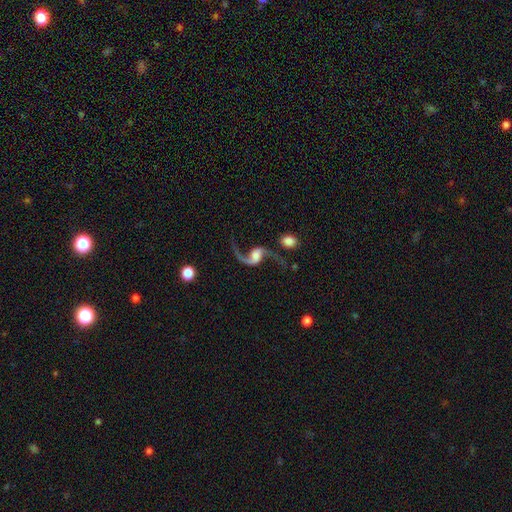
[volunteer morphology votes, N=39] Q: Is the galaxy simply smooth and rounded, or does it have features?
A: featured or disk — 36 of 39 (92%).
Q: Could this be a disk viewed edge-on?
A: no — 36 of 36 (100%).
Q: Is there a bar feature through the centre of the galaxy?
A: weak — 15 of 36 (42%).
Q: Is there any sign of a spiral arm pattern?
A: yes — 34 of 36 (94%).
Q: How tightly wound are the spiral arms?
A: loose — 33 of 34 (97%).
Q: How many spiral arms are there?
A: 2 — 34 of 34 (100%).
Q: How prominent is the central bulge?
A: moderate — 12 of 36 (33%, tied with small).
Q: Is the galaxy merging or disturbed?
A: none — 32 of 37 (86%).